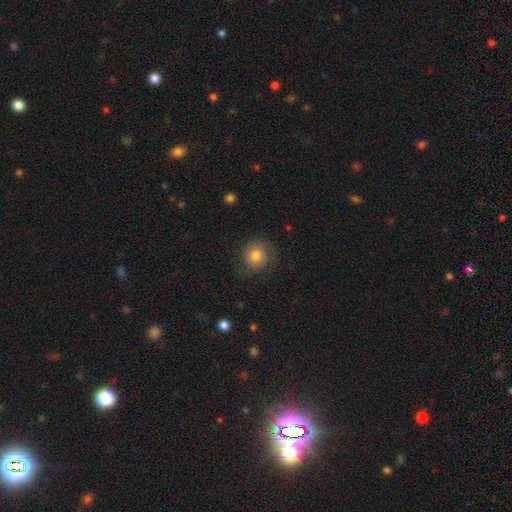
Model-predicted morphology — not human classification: Q: Smooth or featured?
A: smooth (64%); runner-up: featured or disk (27%)
Q: How rounded?
A: round (85%); runner-up: in between (15%)
Q: Merging?
A: none (72%); runner-up: minor disturbance (18%)